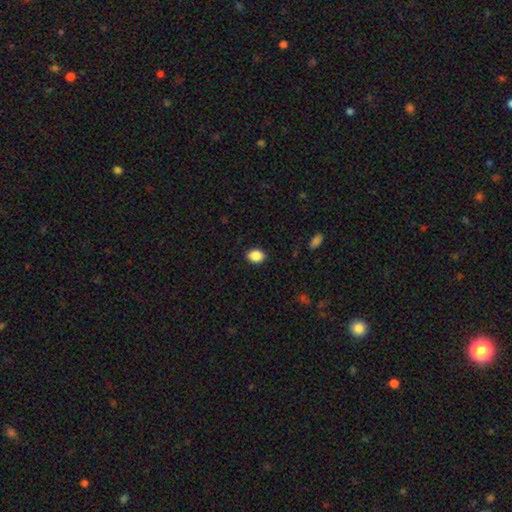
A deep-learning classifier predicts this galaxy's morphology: type=smooth (89%); roundness=in between (68%); merging=none (89%).